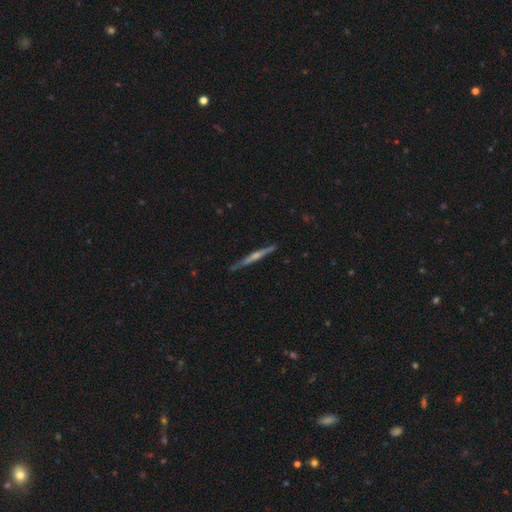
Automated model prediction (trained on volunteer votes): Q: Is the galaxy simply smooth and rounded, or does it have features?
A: featured or disk — 75%.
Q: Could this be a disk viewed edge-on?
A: yes — 98%.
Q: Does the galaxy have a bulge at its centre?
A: rounded — 69%.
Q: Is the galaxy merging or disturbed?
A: none — 89%.